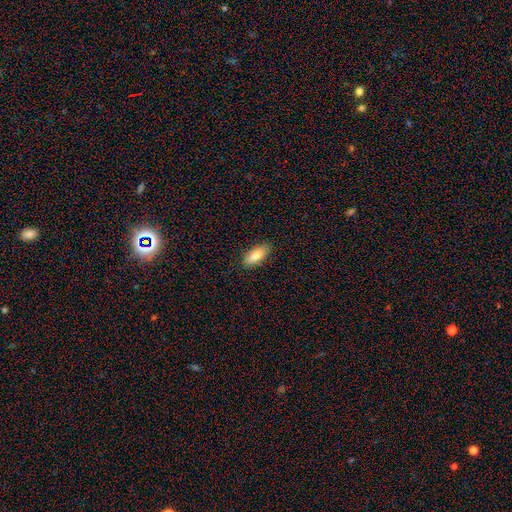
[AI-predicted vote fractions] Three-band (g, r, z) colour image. It shows a smooth galaxy with no disk features (85%) that is in between round and cigar-shaped (81%). Merging: none (88%).